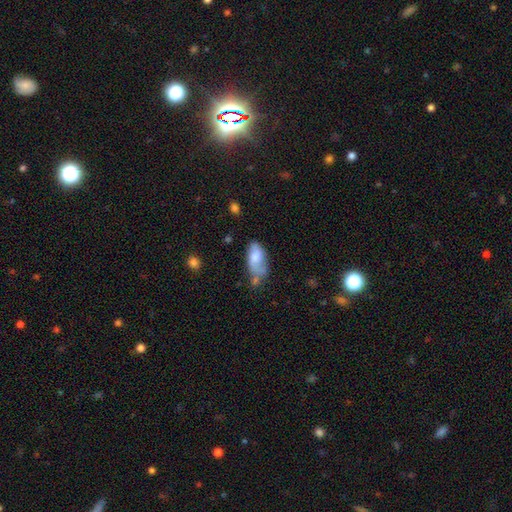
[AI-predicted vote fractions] smooth-or-featured: smooth: 69% | featured or disk: 24% | star or artifact: 7%
  how-rounded: in between: 90% | cigar-shaped: 7% | round: 3%
  merging: none: 36% | minor disturbance: 31% | merger: 18% | major disturbance: 16%